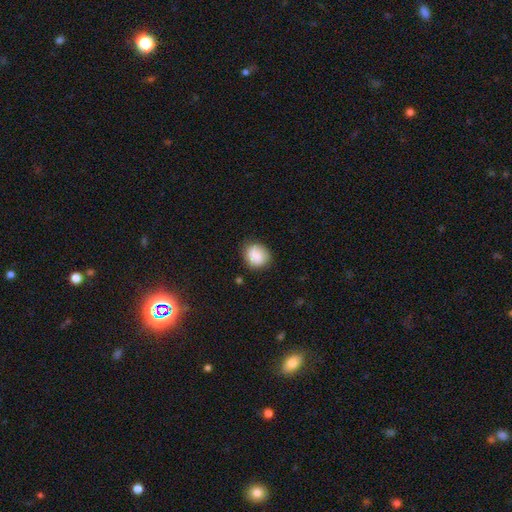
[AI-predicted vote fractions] Q: Smooth or featured?
A: smooth (83%); runner-up: featured or disk (9%)
Q: How rounded?
A: round (69%); runner-up: in between (30%)
Q: Merging?
A: none (79%); runner-up: minor disturbance (16%)